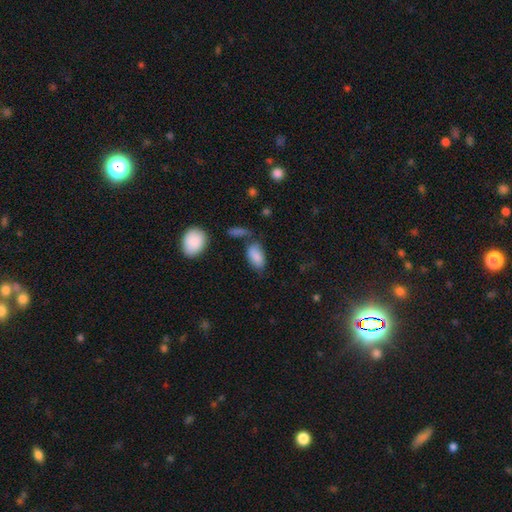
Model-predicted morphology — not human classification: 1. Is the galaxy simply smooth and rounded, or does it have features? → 84% smooth, 9% featured or disk, 7% star or artifact.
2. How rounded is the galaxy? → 94% in between, 4% round, 3% cigar-shaped.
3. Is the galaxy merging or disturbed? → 58% none, 24% minor disturbance, 11% merger, 8% major disturbance.